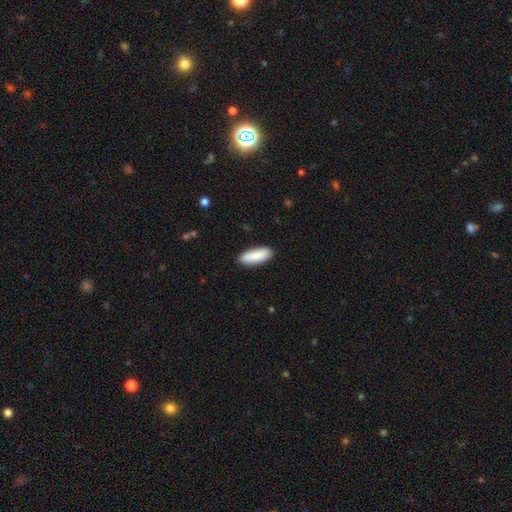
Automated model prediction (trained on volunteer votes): Smooth or featured? Predicted: smooth (p=0.87). How rounded? Predicted: in between (p=0.69). Merging? Predicted: none (p=0.88).